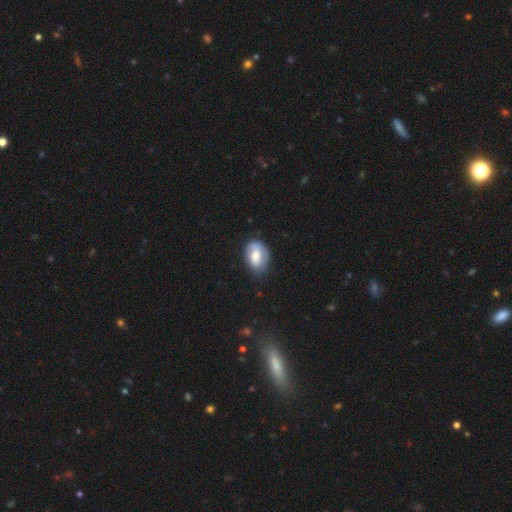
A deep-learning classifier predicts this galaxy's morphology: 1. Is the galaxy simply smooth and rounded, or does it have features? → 53% smooth, 40% featured or disk, 7% star or artifact.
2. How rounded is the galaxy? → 78% in between, 21% round, 1% cigar-shaped.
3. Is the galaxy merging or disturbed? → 66% none, 24% minor disturbance, 8% major disturbance, 2% merger.